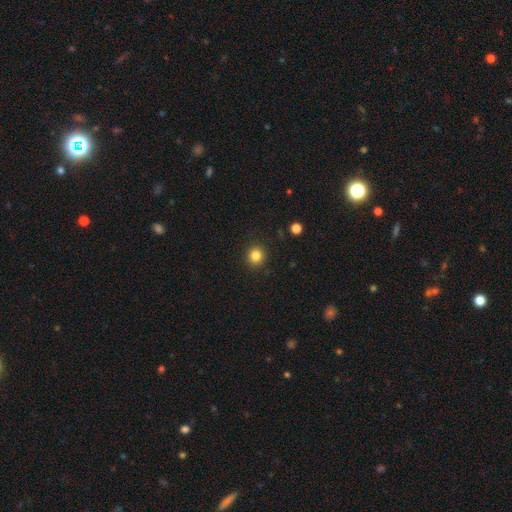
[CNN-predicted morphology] The model was most divided on "smooth or featured": smooth: 83%, star or artifact: 12%, featured or disk: 5%. More confident: how rounded — round (93%); merging — none (92%).